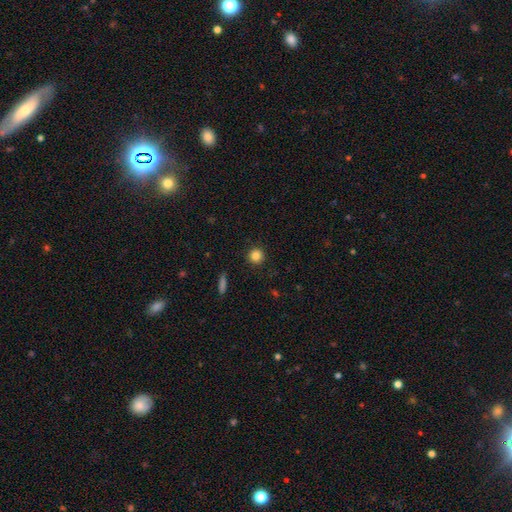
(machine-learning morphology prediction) A smooth galaxy with no disk features (85%) that is round (94%). Merging: none (91%).